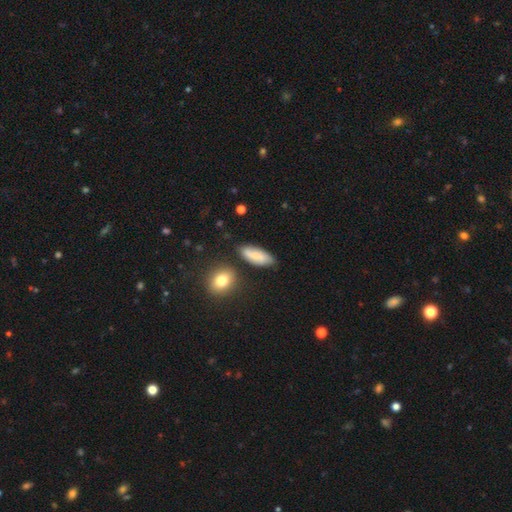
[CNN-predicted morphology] This is likely a smooth galaxy (71%). How rounded: likely in between (76%). Merging: likely none (75%).